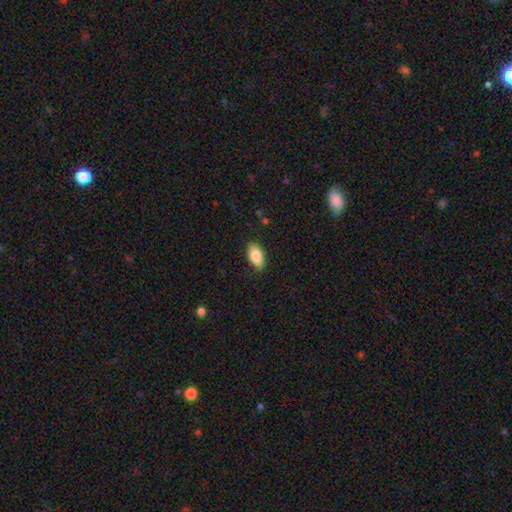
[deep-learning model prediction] smooth 85%, featured or disk 8%, star or artifact 7%. Down the decision tree: how rounded — in between (93%); merging — none (86%).